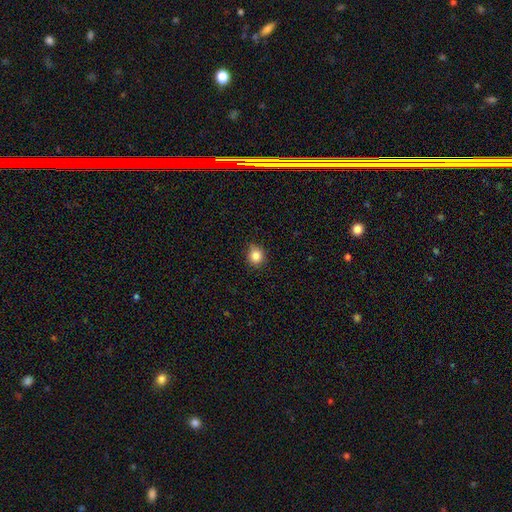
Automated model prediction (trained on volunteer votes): This is clearly a smooth galaxy (84%). How rounded: clearly round (85%). Merging: clearly none (81%).